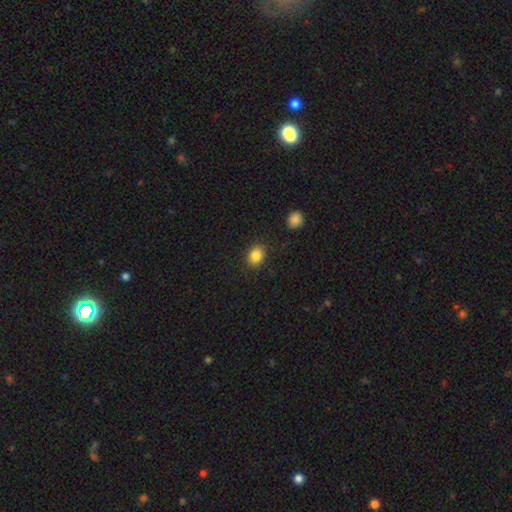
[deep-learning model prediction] smooth_or_featured: smooth (p=0.84) [alt: star or artifact p=0.10]
how_rounded: round (p=0.55) [alt: in between p=0.44]
merging: none (p=0.86) [alt: minor disturbance p=0.10]